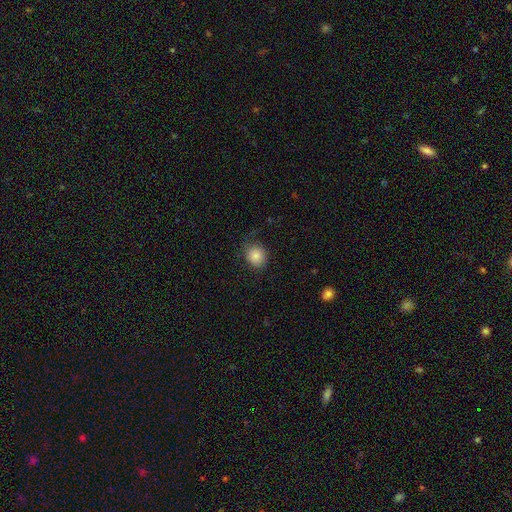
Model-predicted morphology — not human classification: A smooth galaxy with no disk features (84%) that is round (74%). Merging: none (74%).